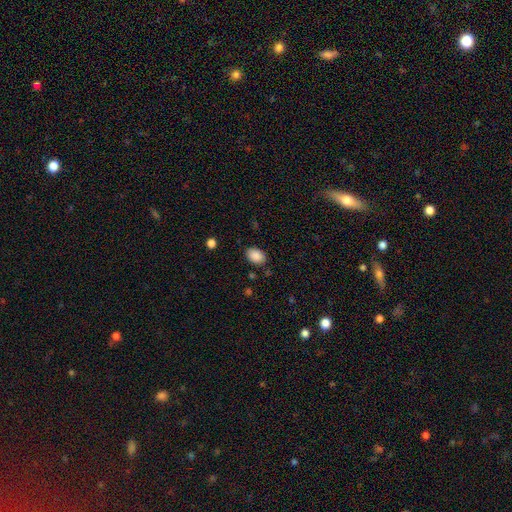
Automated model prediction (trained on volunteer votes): Overall: smooth (89%). How rounded: in between (79%). Merging: none (84%).